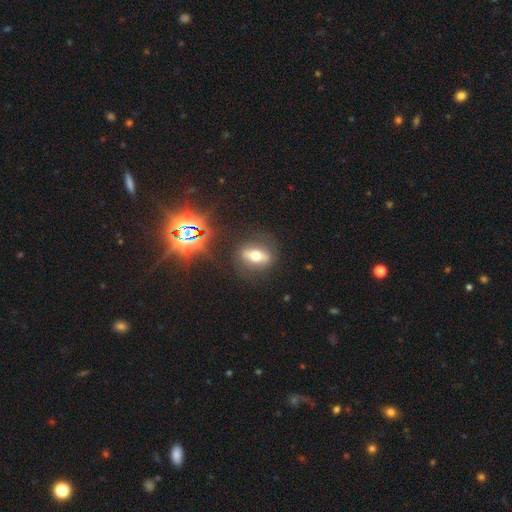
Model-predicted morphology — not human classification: This appears to be a smooth galaxy with no disk features (43%). Merging: none (81%).